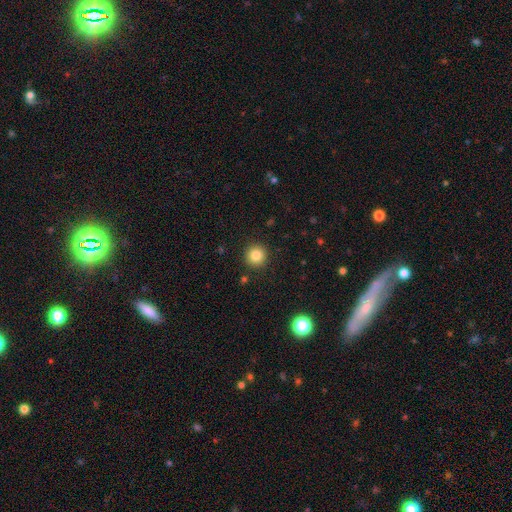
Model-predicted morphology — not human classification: Smooth or featured?
  - smooth: 84% *
  - star or artifact: 11%
  - featured or disk: 5%
How rounded?
  - round: 94% *
  - in between: 5%
  - cigar-shaped: 1%
Merging?
  - none: 91% *
  - minor disturbance: 6%
  - major disturbance: 2%
  - merger: 1%